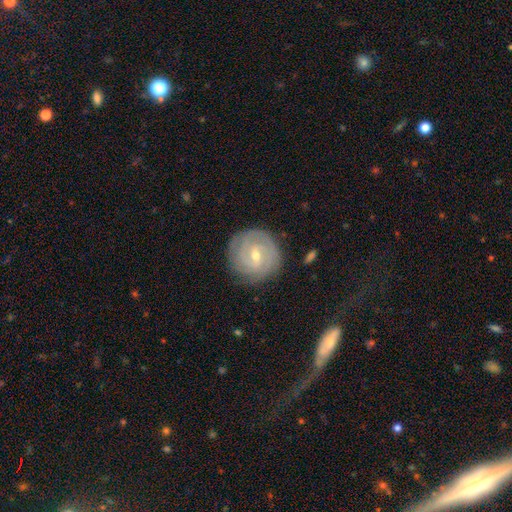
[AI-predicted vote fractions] smooth_or_featured: featured or disk (p=0.77) [alt: smooth p=0.16]
disk_edge_on: no (p=0.97) [alt: yes p=0.03]
bar: weak (p=0.55) [alt: no p=0.29]
has_spiral_arms: yes (p=0.90) [alt: no p=0.10]
spiral_winding: tight (p=0.79) [alt: medium p=0.17]
spiral_arm_count: can't tell (p=0.38) [alt: 2 p=0.28]
bulge_size: small (p=0.54) [alt: moderate p=0.44]
merging: none (p=0.83) [alt: minor disturbance p=0.12]